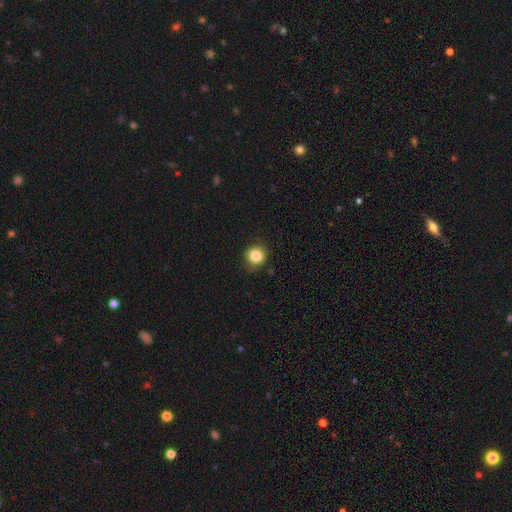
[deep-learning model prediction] This is clearly a smooth galaxy (85%). How rounded: clearly round (92%). Merging: clearly none (85%).